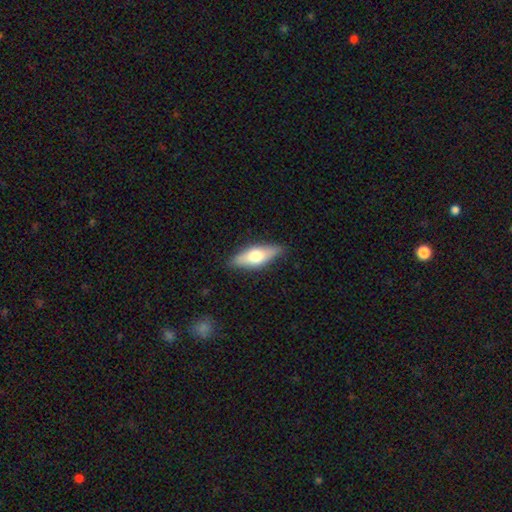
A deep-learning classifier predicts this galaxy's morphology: Overall: smooth (55%; featured or disk 39%). How rounded: in between (65%; cigar-shaped 32%). Merging: none (83%).